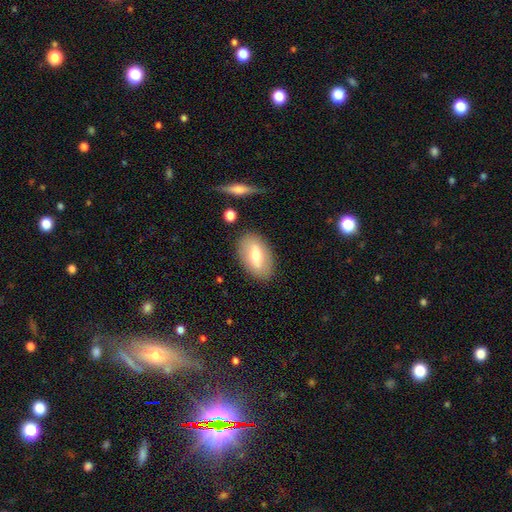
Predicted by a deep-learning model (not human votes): smooth-or-featured: smooth: 58% | featured or disk: 35% | star or artifact: 7%
  how-rounded: in between: 91% | round: 6% | cigar-shaped: 3%
  merging: none: 83% | minor disturbance: 11% | major disturbance: 3% | merger: 2%